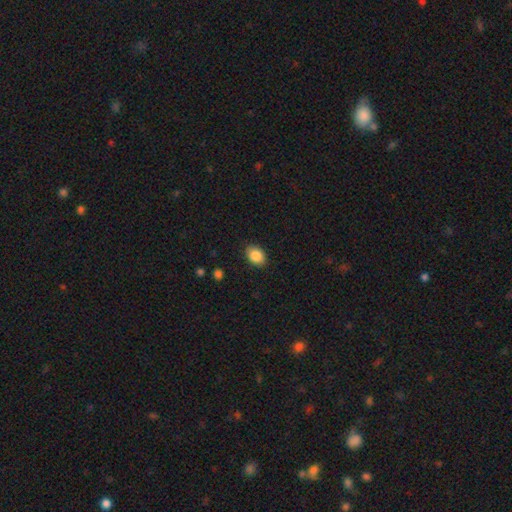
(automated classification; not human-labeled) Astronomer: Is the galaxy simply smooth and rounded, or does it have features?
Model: smooth — 88%.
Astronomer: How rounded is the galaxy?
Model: in between — 78%.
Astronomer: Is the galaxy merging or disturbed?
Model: none — 87%.